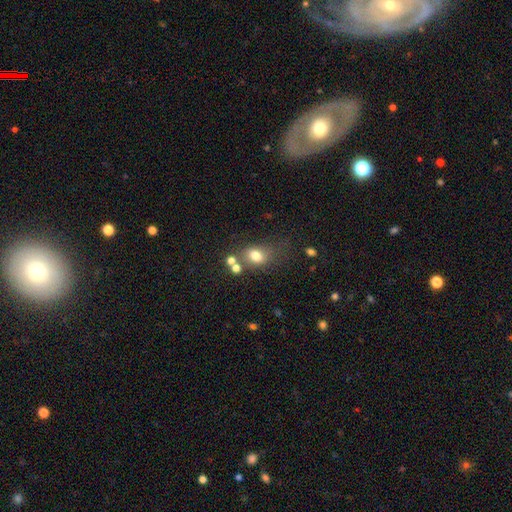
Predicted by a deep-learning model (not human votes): smooth_or_featured: smooth (p=0.74) [alt: star or artifact p=0.13]
how_rounded: in between (p=0.66) [alt: round p=0.32]
merging: none (p=0.48) [alt: minor disturbance p=0.20]